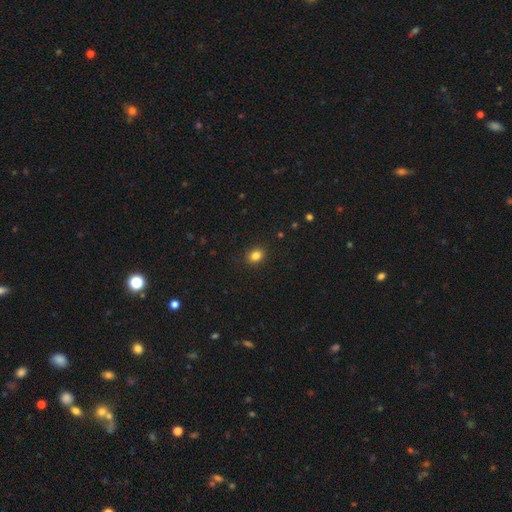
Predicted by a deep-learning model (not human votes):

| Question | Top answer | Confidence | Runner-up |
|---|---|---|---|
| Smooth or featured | smooth | 83% | star or artifact (12%) |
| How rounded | round | 50% | in between (49%) |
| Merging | none | 88% | minor disturbance (8%) |